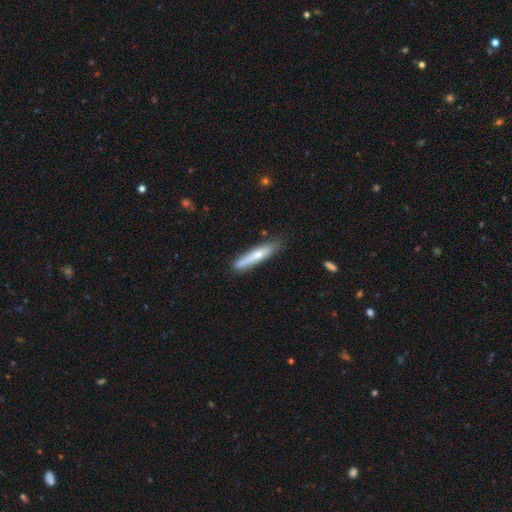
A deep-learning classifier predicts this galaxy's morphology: Overall: smooth (60%; featured or disk 34%). How rounded: cigar-shaped (90%). Merging: none (79%).